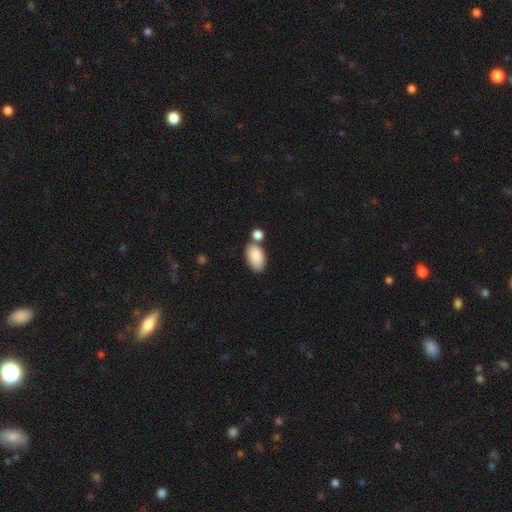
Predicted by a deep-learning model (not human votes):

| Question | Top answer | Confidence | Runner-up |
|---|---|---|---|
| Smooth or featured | smooth | 87% | star or artifact (7%) |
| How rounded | in between | 94% | round (4%) |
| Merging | none | 57% | merger (24%) |